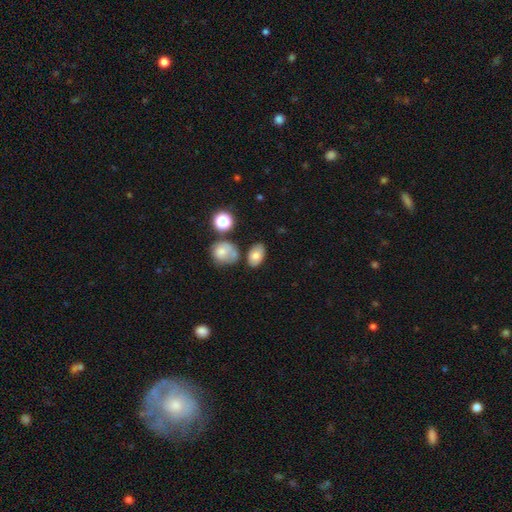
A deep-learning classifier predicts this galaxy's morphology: type=smooth (75%); roundness=in between (86%); merging=none (66%).